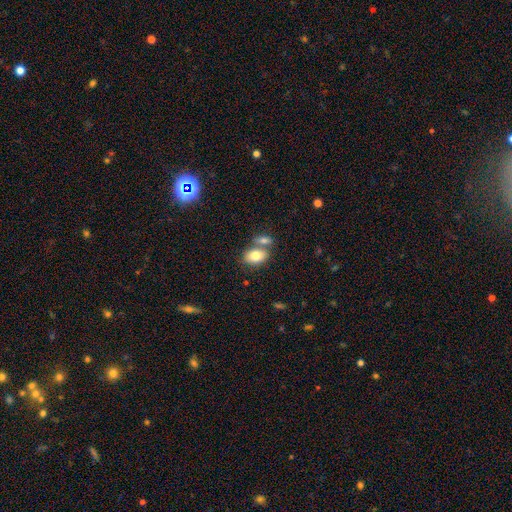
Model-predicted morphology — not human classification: A smooth galaxy with no disk features (79%) that is in between round and cigar-shaped (85%). Merging: none (48%).